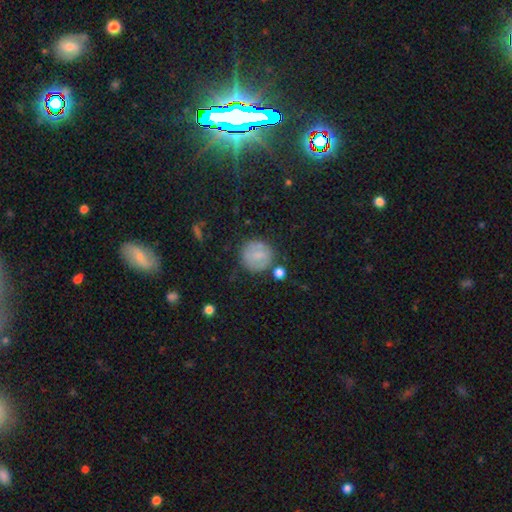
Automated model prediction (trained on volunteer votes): A smooth galaxy with no disk features (70%) that is round (92%).

Vote fractions:
- Smooth or featured? smooth: 70% / featured or disk: 19% / star or artifact: 11%
- How rounded? round: 92% / in between: 7% / cigar-shaped: 1%
- Merging? none: 73% / minor disturbance: 15% / merger: 6% / major disturbance: 5%